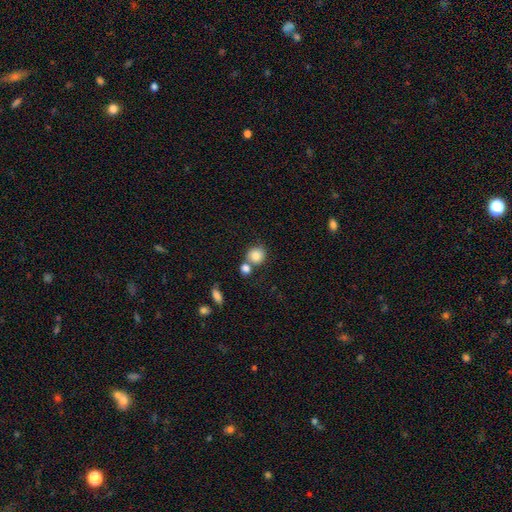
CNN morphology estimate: type=smooth (84%); roundness=round (81%); merging=none (52%).